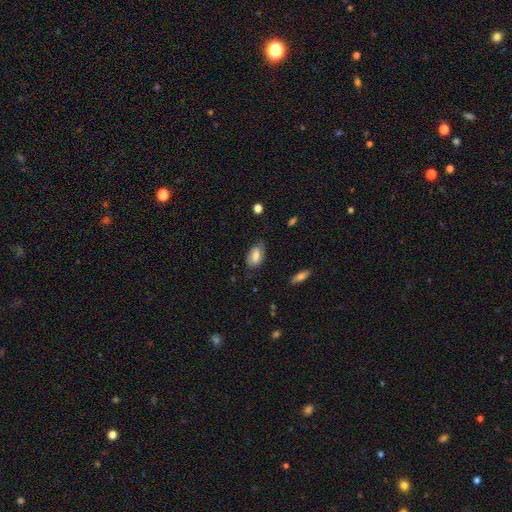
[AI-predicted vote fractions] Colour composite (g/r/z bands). It shows a smooth galaxy with no disk features (65%) that is in between round and cigar-shaped (91%). Merging: none (65%).